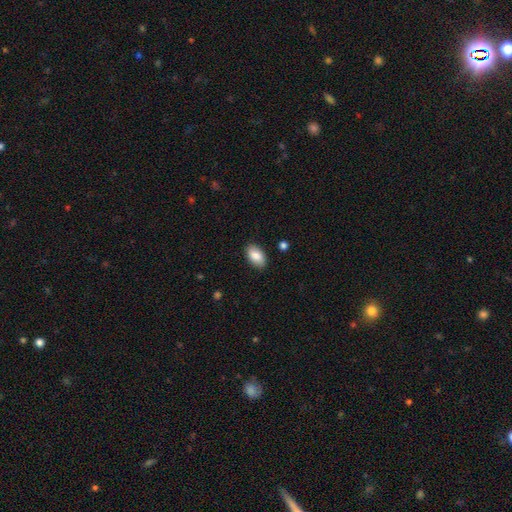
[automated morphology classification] Smooth or featured: smooth — 86% (featured or disk — 8%)
How rounded: in between — 94% (round — 4%)
Merging: none — 88% (minor disturbance — 9%)